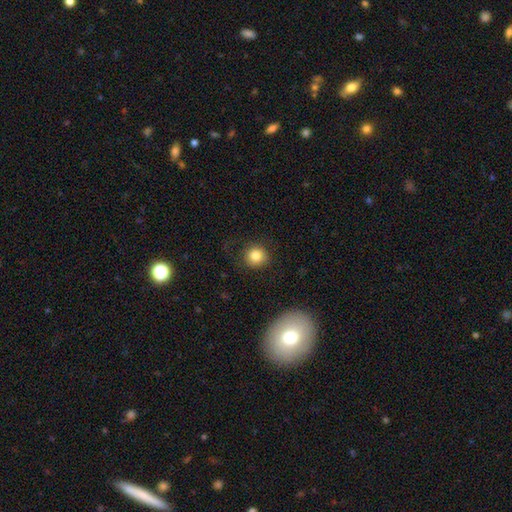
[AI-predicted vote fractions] A smooth galaxy with no disk features (83%) that is round (90%).

Vote fractions:
- Smooth or featured? smooth: 83% / star or artifact: 10% / featured or disk: 7%
- How rounded? round: 90% / in between: 9% / cigar-shaped: 1%
- Merging? none: 84% / minor disturbance: 10% / major disturbance: 4% / merger: 1%